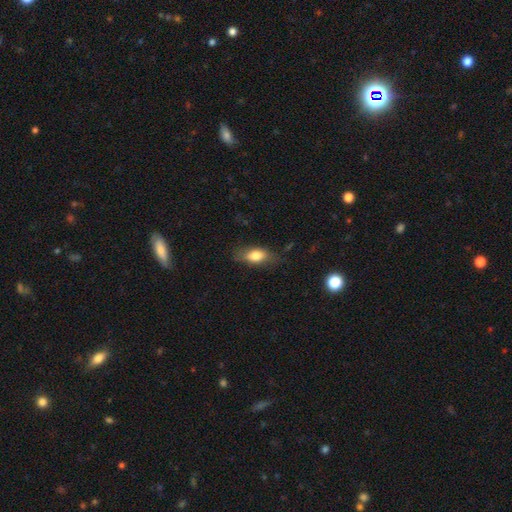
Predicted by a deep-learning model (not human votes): Smooth or featured?
  - smooth: 77% *
  - featured or disk: 15%
  - star or artifact: 8%
How rounded?
  - in between: 83% *
  - cigar-shaped: 10%
  - round: 7%
Merging?
  - none: 72% *
  - minor disturbance: 20%
  - major disturbance: 6%
  - merger: 1%